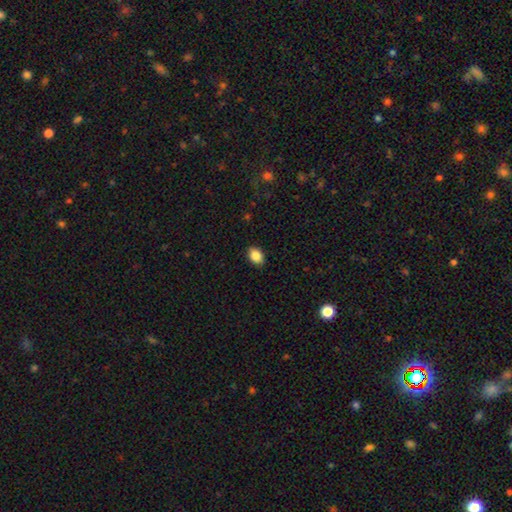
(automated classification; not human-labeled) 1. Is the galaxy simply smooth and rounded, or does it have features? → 87% smooth, 8% star or artifact, 5% featured or disk.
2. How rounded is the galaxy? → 73% in between, 26% round, 1% cigar-shaped.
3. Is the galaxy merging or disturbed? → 88% none, 9% minor disturbance, 2% major disturbance, 1% merger.